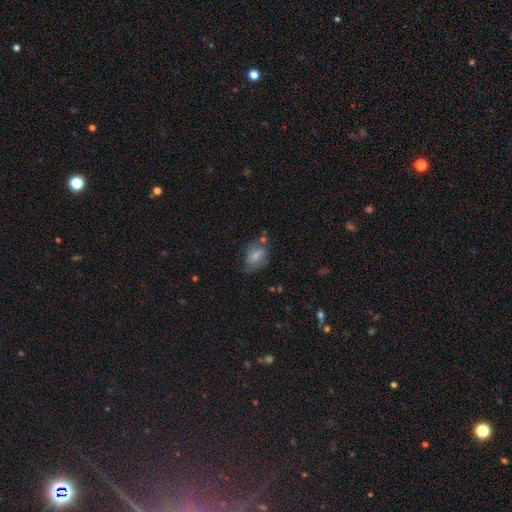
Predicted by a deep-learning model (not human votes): Smooth or featured? smooth (55%)
How rounded? in between (77%)
Merging? none (52%)